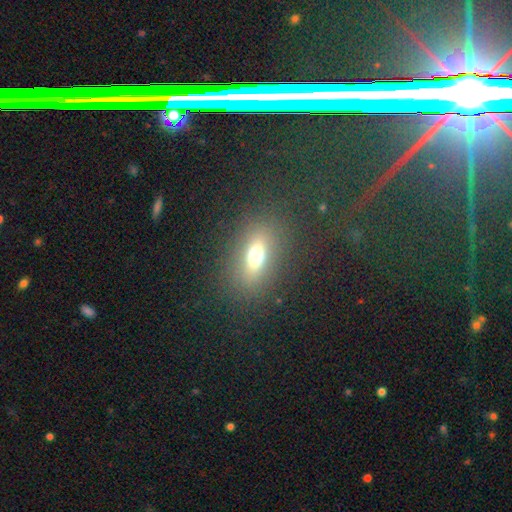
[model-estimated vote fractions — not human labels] Morphology: type=smooth (65%); roundness=in between (71%); merging=none (84%).